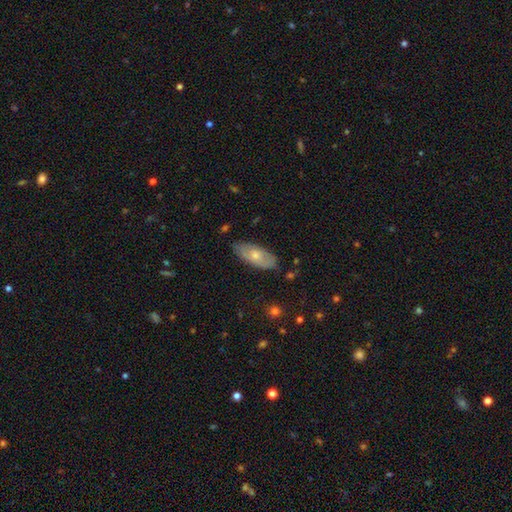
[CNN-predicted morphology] A smooth galaxy with no disk features (55%) that is in between round and cigar-shaped (86%). Merging: none (77%).